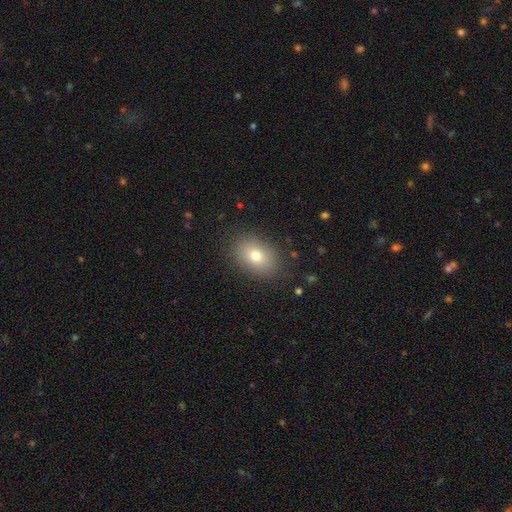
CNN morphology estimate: This appears to be a smooth galaxy with no disk features (77%) that is in between round and cigar-shaped (78%). Merging: none (86%).